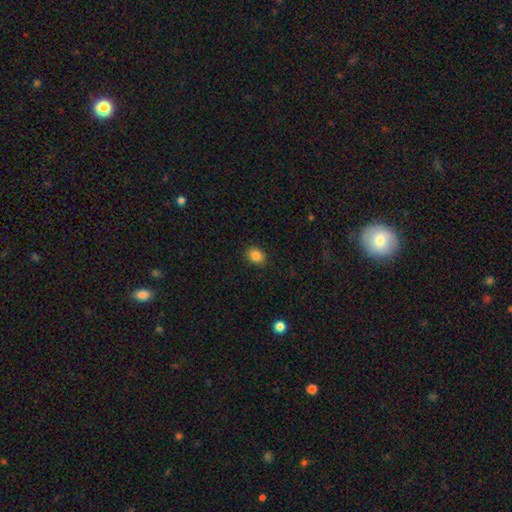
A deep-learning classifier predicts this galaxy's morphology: Smooth or featured?
  - smooth: 85% *
  - star or artifact: 10%
  - featured or disk: 5%
How rounded?
  - in between: 59% *
  - round: 40%
  - cigar-shaped: 1%
Merging?
  - none: 89% *
  - minor disturbance: 8%
  - major disturbance: 2%
  - merger: 1%